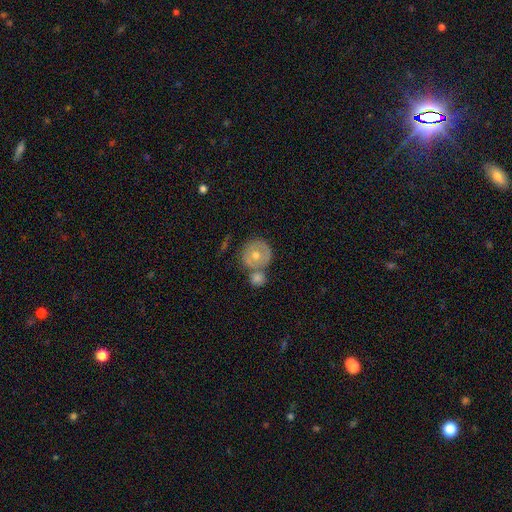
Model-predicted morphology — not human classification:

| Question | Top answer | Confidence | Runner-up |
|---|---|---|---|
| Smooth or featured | featured or disk | 46% | tied: smooth (46%) |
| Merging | none | 54% | merger (29%) |